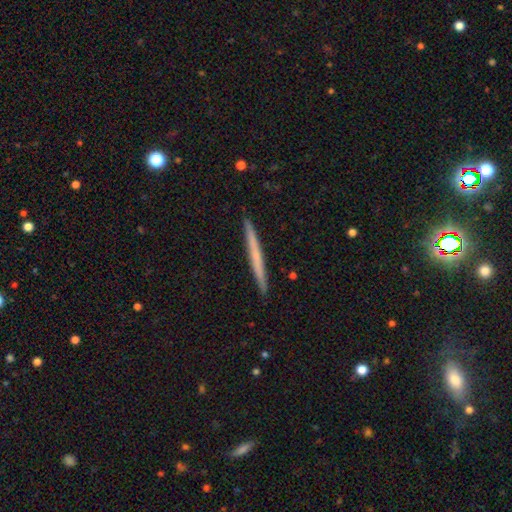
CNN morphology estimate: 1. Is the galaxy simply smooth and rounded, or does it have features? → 49% smooth, 46% featured or disk, 6% star or artifact.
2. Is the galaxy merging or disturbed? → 93% none, 5% minor disturbance, 1% major disturbance, 1% merger.